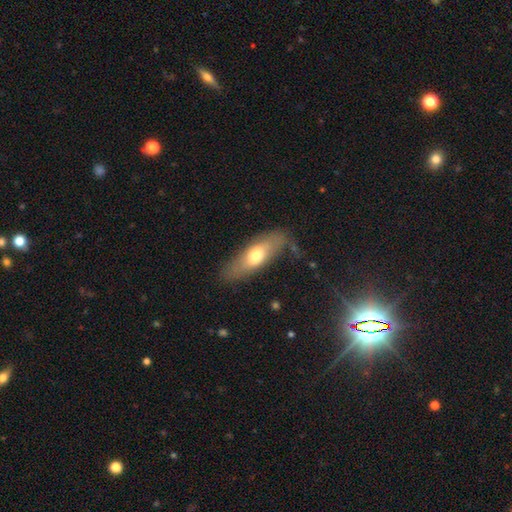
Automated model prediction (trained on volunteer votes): A smooth galaxy with no disk features (61%) that is in between round and cigar-shaped (61%).

Vote fractions:
- Smooth or featured? smooth: 61% / featured or disk: 33% / star or artifact: 6%
- How rounded? in between: 61% / cigar-shaped: 36% / round: 3%
- Merging? none: 73% / minor disturbance: 18% / major disturbance: 7% / merger: 2%